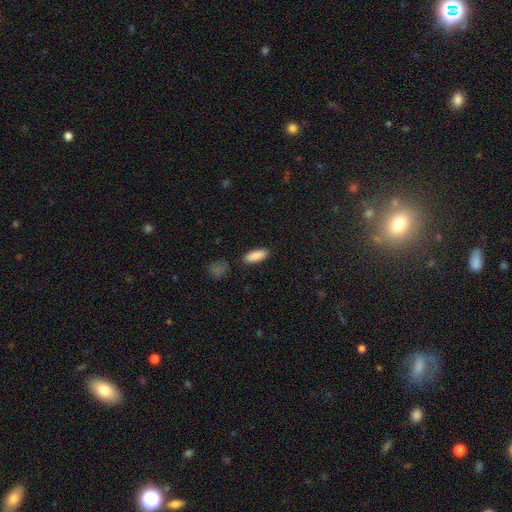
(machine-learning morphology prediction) This appears to be a smooth galaxy with no disk features (89%) that is in between round and cigar-shaped (72%). Merging: none (86%).